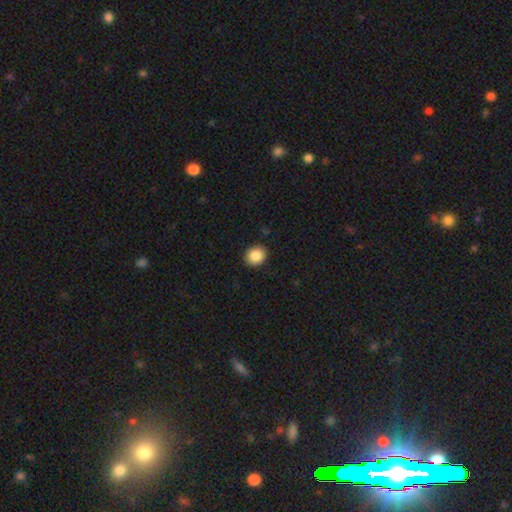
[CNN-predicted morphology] smooth-or-featured: smooth: 87% | star or artifact: 8% | featured or disk: 4%
  how-rounded: round: 76% | in between: 24% | cigar-shaped: 1%
  merging: none: 91% | minor disturbance: 7% | major disturbance: 2% | merger: 1%